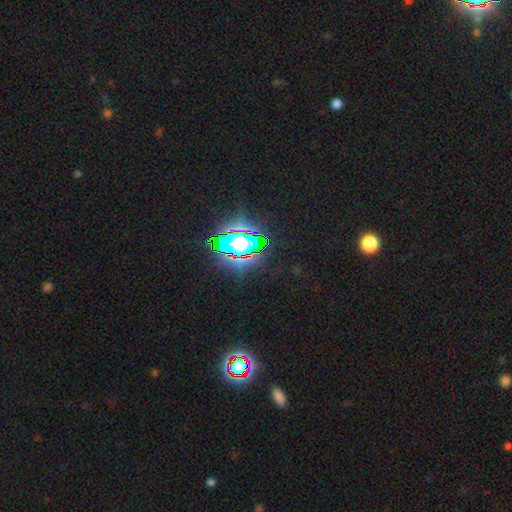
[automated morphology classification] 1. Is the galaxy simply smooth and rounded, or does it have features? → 74% star or artifact, 15% smooth, 11% featured or disk.